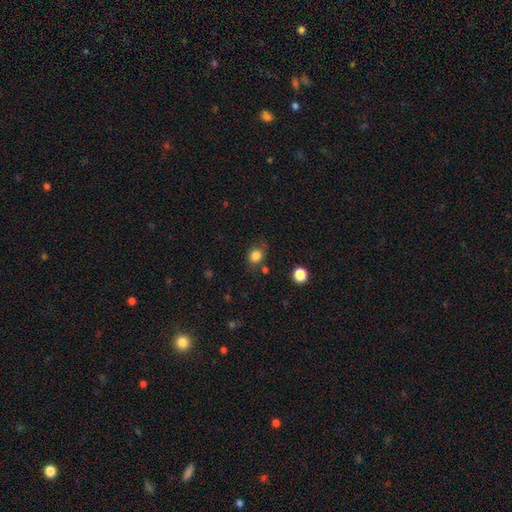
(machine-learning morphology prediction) Q: Smooth or featured?
A: smooth (84%); runner-up: star or artifact (11%)
Q: How rounded?
A: round (66%); runner-up: in between (33%)
Q: Merging?
A: none (72%); runner-up: minor disturbance (18%)